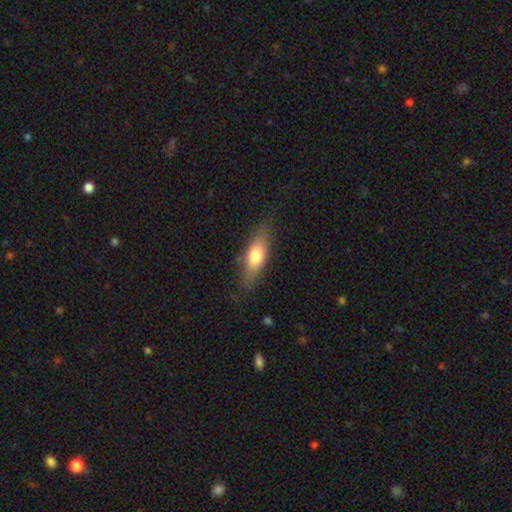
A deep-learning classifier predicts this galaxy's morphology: smooth_or_featured: smooth (p=0.69) [alt: featured or disk p=0.24]
how_rounded: in between (p=0.66) [alt: cigar-shaped p=0.30]
merging: none (p=0.77) [alt: minor disturbance p=0.17]